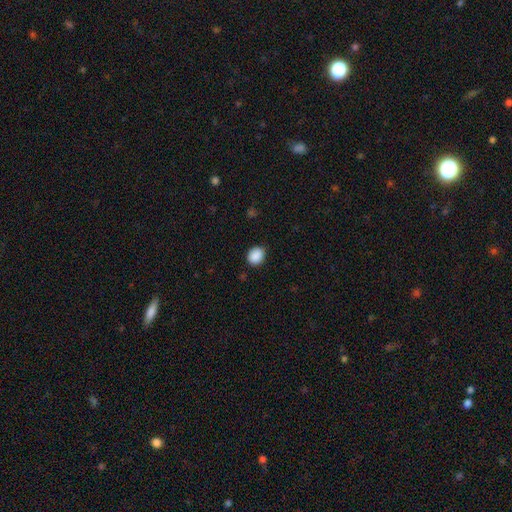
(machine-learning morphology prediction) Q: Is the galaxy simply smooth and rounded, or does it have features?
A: smooth — 90%.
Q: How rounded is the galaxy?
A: round — 52%.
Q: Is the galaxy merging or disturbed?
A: none — 86%.